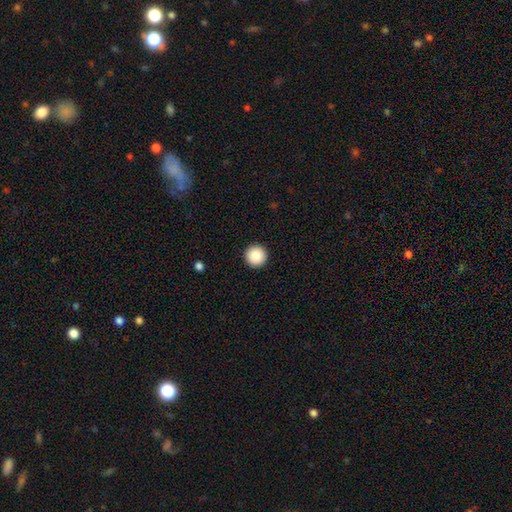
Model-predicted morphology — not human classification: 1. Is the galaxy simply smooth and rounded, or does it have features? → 87% smooth, 9% star or artifact, 5% featured or disk.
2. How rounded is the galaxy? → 97% round, 2% in between, 1% cigar-shaped.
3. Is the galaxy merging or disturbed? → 94% none, 4% minor disturbance, 1% major disturbance, 1% merger.